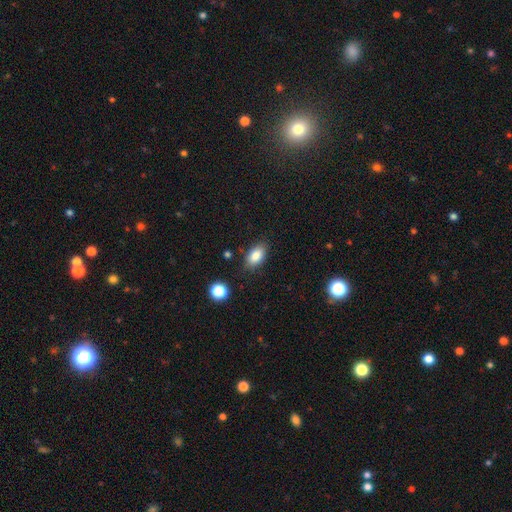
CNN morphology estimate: This appears to be a smooth galaxy with no disk features (85%) that is in between round and cigar-shaped (90%). Merging: none (82%).